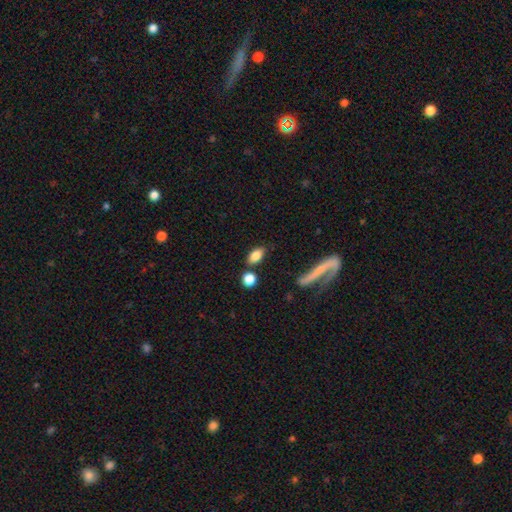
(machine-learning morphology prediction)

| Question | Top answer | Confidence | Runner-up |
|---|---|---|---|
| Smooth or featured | smooth | 82% | featured or disk (10%) |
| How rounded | in between | 83% | round (9%) |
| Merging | none | 75% | minor disturbance (12%) |